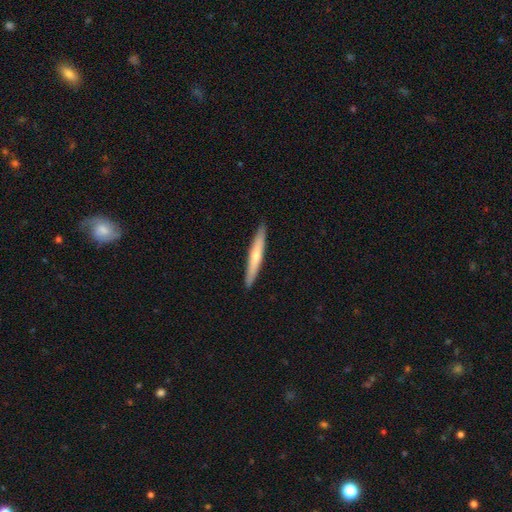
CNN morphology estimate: This is possibly a smooth galaxy (57%). How rounded: clearly cigar-shaped (95%). Merging: clearly none (91%).